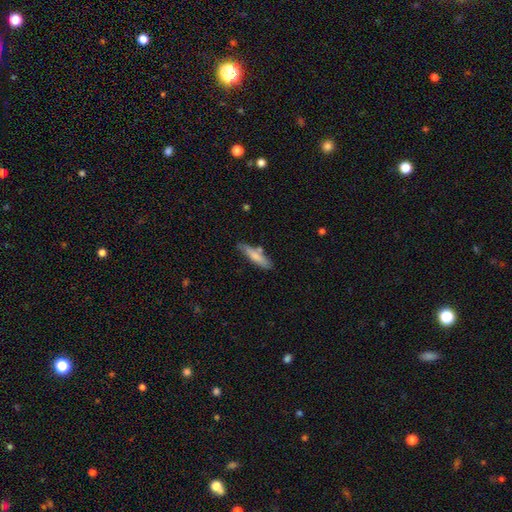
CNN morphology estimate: Smooth or featured? Predicted: smooth (p=0.75). How rounded? Predicted: cigar-shaped (p=0.76). Merging? Predicted: none (p=0.70).